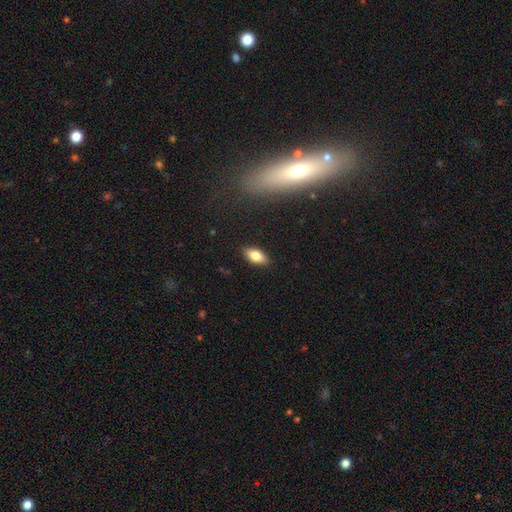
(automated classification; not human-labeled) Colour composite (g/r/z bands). It shows a smooth galaxy with no disk features (78%) that is in between round and cigar-shaped (87%). Merging: none (88%).